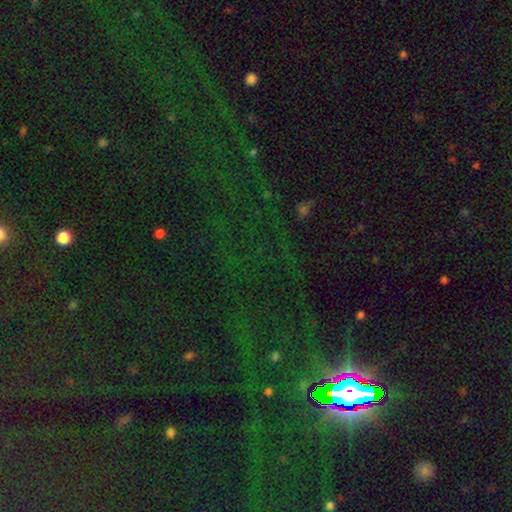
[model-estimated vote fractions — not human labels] Smooth or featured?
  - star or artifact: 82% *
  - smooth: 10%
  - featured or disk: 8%